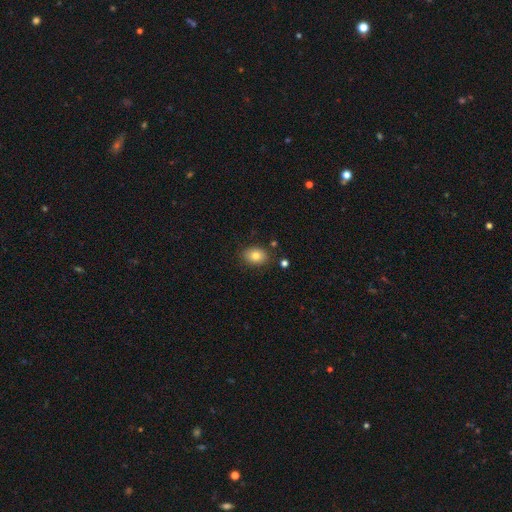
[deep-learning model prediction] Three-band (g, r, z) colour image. It shows a smooth galaxy with no disk features (80%) that is in between round and cigar-shaped (69%). Merging: none (85%).